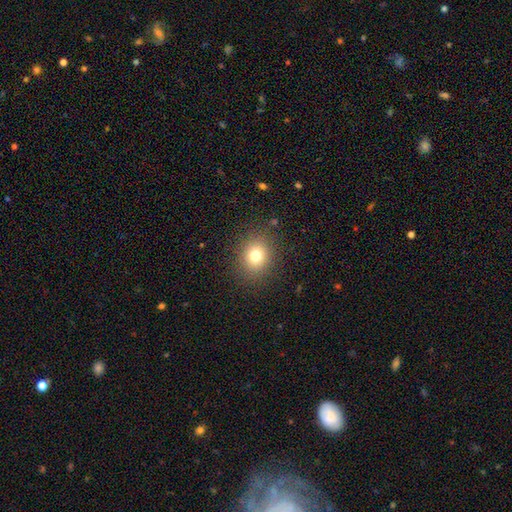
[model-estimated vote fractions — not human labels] Smooth or featured? smooth (76%)
How rounded? round (71%)
Merging? none (87%)